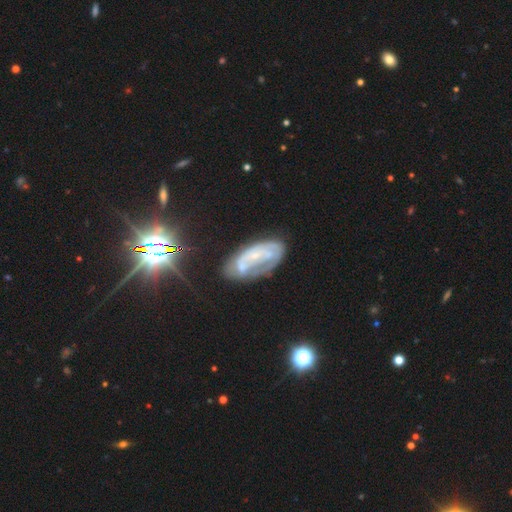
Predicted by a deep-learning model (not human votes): This is likely a featured or disk galaxy (63%). It is clearly not viewed edge-on (92%). Bar: likely no (71%). Spiral arm pattern: possibly yes (52%). Central bulge: likely small (67%). Merging: possibly none (45%).